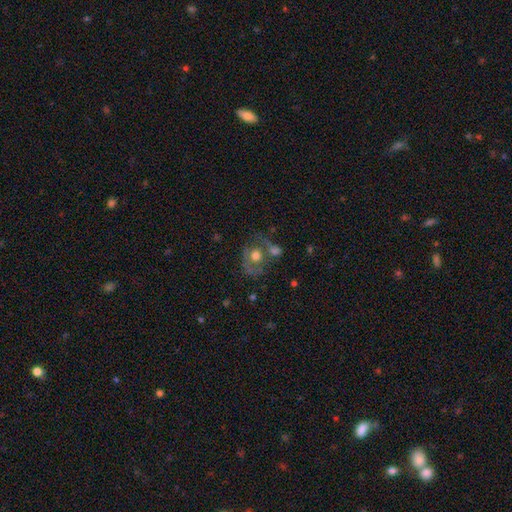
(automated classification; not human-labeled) Smooth or featured: smooth — 50% (featured or disk — 40%)
How rounded: round — 65% (in between — 34%)
Merging: none — 39% (merger — 27%)